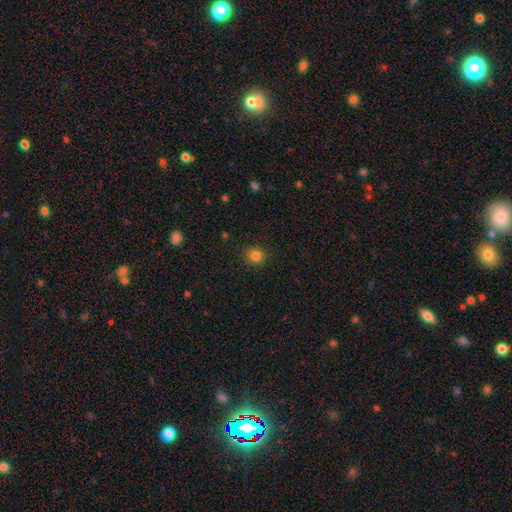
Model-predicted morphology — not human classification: This appears to be a smooth galaxy with no disk features (82%) that is round (86%). Merging: none (90%).